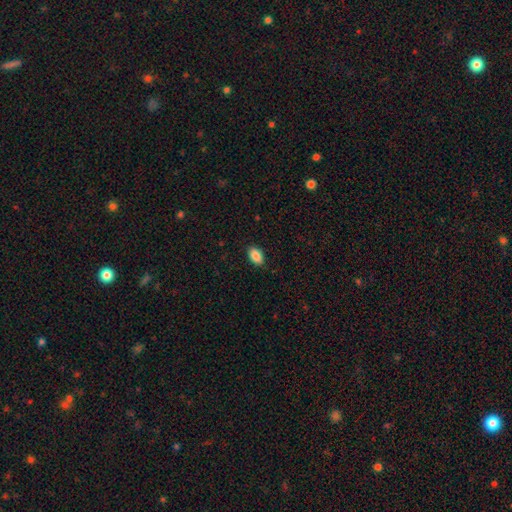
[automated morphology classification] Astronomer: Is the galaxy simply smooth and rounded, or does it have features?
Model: smooth — 88%.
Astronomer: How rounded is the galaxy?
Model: in between — 92%.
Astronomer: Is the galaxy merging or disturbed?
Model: none — 88%.